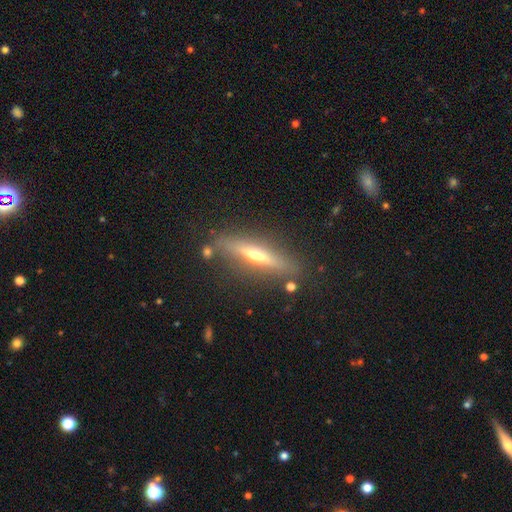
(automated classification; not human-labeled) Overall: featured or disk (64%; smooth 29%). Edge-on disk: yes (91%). Edge-on bulge: rounded (88%). Merging: none (82%).